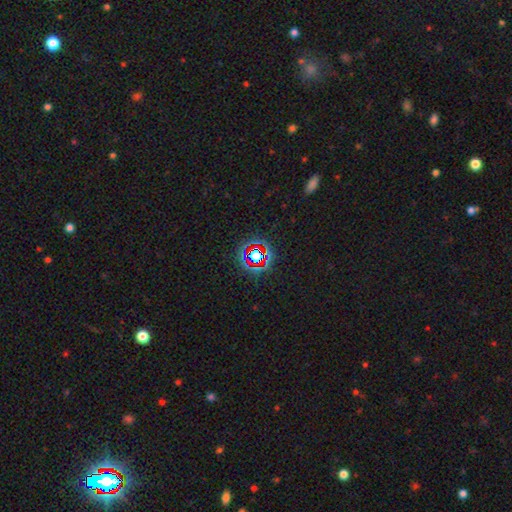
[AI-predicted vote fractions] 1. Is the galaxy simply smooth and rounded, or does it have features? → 71% star or artifact, 18% smooth, 11% featured or disk.